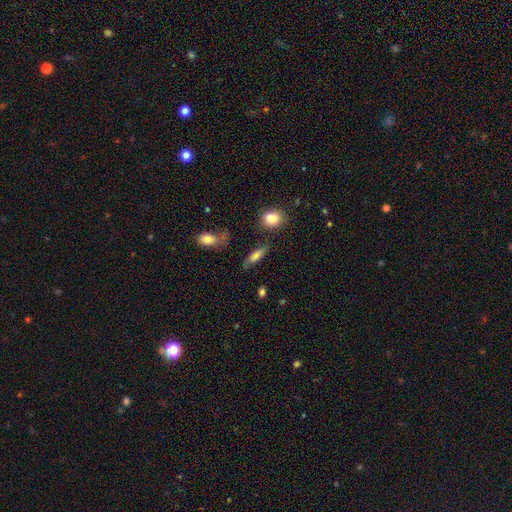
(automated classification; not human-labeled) Smooth or featured? Predicted: smooth (p=0.69). How rounded? Predicted: cigar-shaped (p=0.53). Merging? Predicted: none (p=0.69).